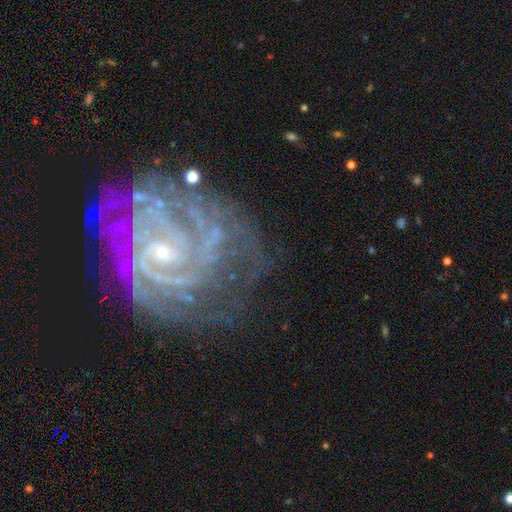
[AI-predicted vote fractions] Smooth or featured? featured or disk (88%)
Edge-on disk? no (98%)
Bar? no (44%)
Spiral arms? yes (97%)
Spiral winding? tight (69%)
Spiral arm count? can't tell (26%)
Bulge size? small (73%)
Merging? none (65%)